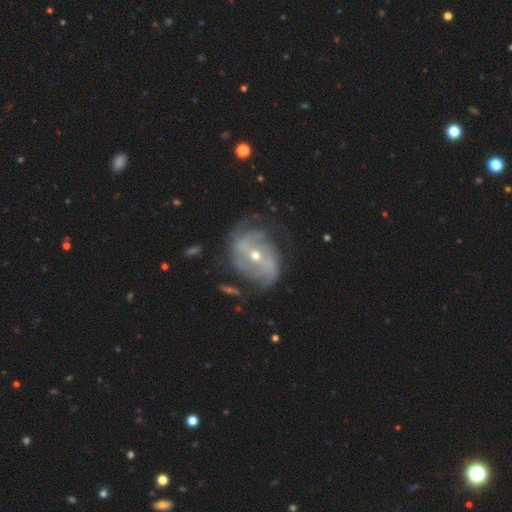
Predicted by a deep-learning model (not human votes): This appears to be a featured or disk galaxy (81%) with no bar (45%), 2 (46%) medium (38%) spiral arms (88%) and a small central bulge (53%). Merging: none (58%).